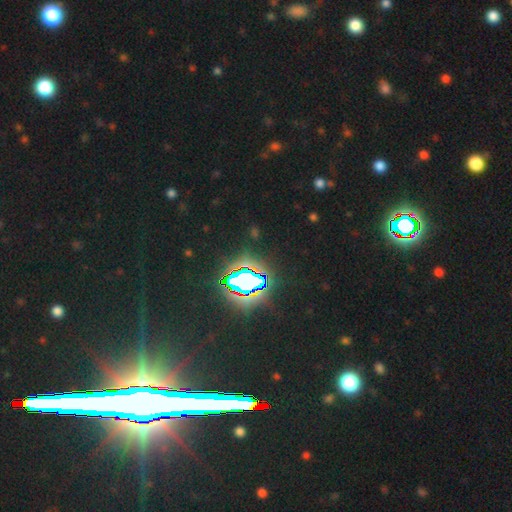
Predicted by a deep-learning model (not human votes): Morphology: type=star or artifact (83%).